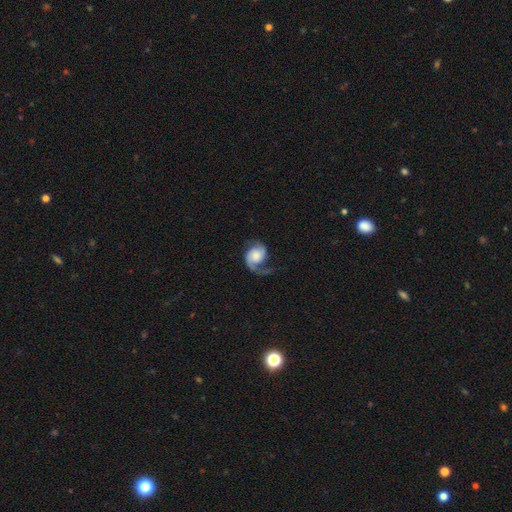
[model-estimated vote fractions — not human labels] featured or disk 77%, smooth 17%, star or artifact 6%. Down the decision tree: edge-on disk — no (98%); bar — no (71%); spiral arms — yes (95%); spiral arm count — 2 (51%); spiral winding — loose (44%); bulge size — moderate (32%); merging — none (45%).